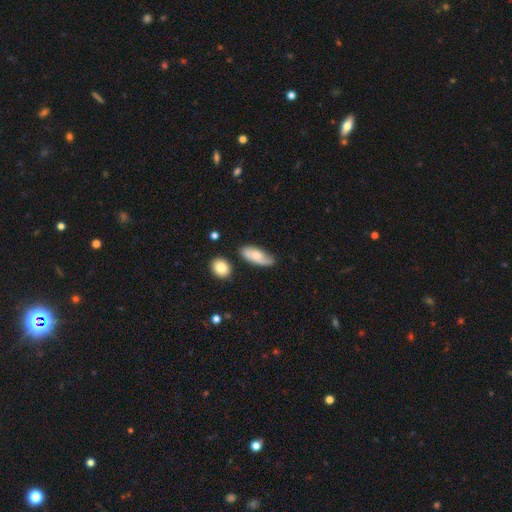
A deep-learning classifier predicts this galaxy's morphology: Smooth or featured: smooth — 52% (featured or disk — 41%)
How rounded: in between — 82% (cigar-shaped — 14%)
Merging: none — 61% (minor disturbance — 25%)